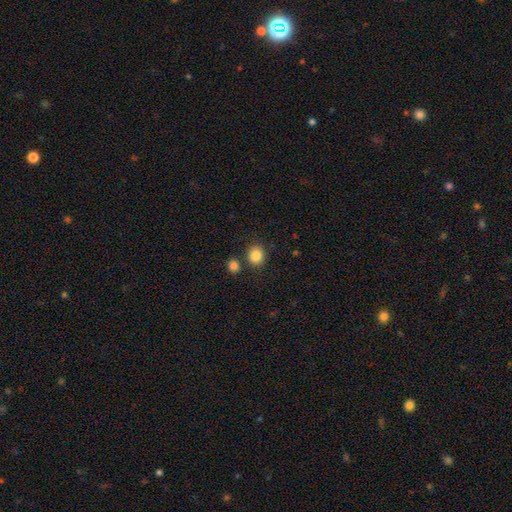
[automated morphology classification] Smooth or featured: smooth — 87% (star or artifact — 10%)
How rounded: round — 74% (in between — 25%)
Merging: none — 77% (merger — 11%)